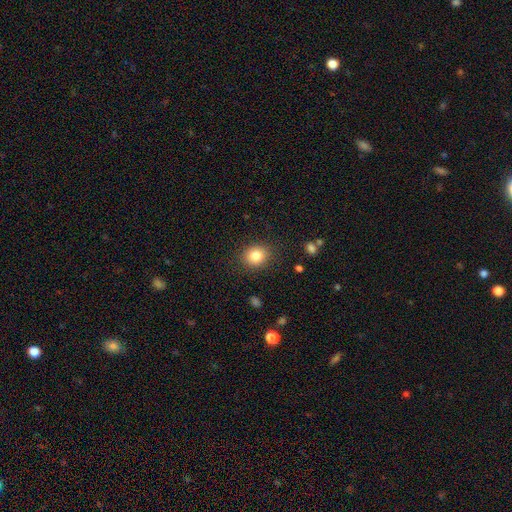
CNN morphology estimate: This appears to be a smooth galaxy with no disk features (83%) that is round (73%). Merging: none (87%).